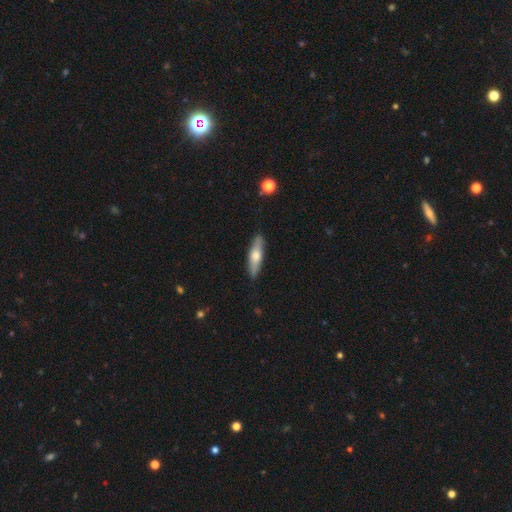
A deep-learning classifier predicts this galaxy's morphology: This appears to be a smooth galaxy with no disk features (52%) that is cigar-shaped (71%). Merging: none (88%).